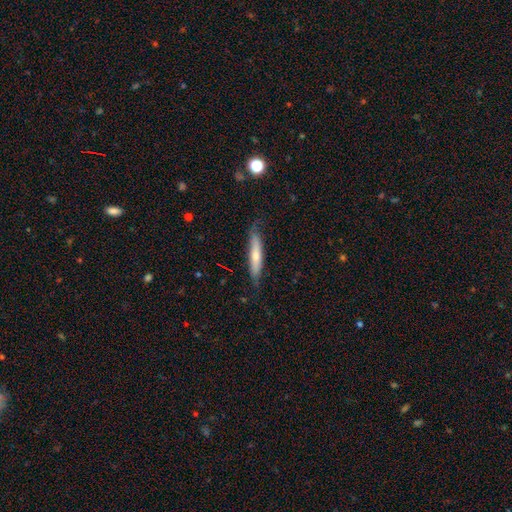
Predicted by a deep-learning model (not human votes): Smooth or featured? Predicted: smooth (p=0.59). How rounded? Predicted: cigar-shaped (p=0.86). Merging? Predicted: none (p=0.73).